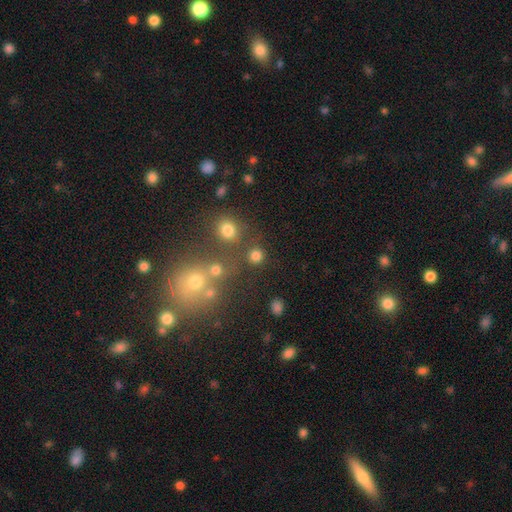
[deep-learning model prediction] Smooth or featured? Predicted: smooth (p=0.79). How rounded? Predicted: round (p=0.91). Merging? Predicted: none (p=0.79).